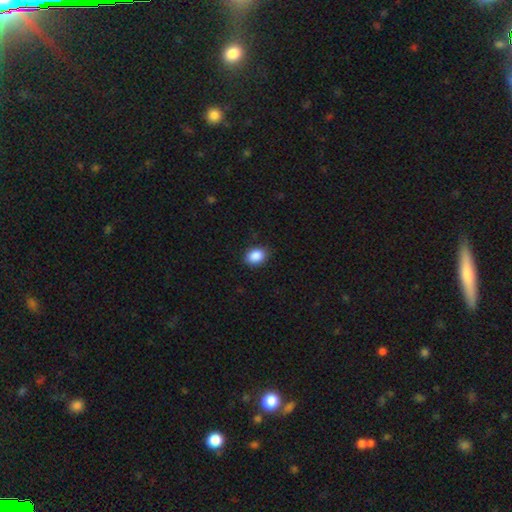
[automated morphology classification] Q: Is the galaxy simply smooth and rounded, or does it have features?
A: smooth — 89%.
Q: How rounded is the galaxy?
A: in between — 70%.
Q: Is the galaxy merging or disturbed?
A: none — 86%.